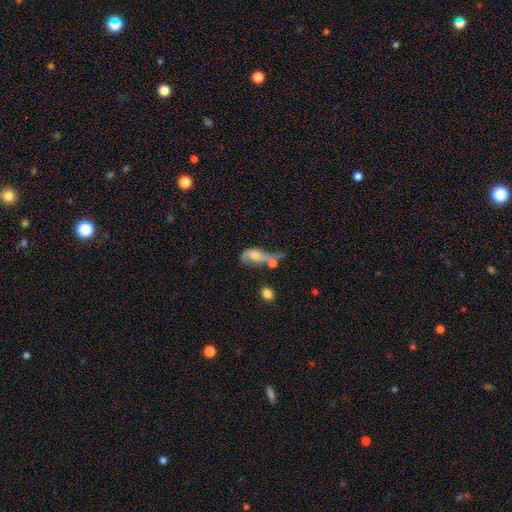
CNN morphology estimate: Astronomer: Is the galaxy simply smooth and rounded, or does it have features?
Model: smooth — 47% (runner-up: featured or disk, 43%).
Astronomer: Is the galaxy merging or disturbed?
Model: merger — 35% (runner-up: major disturbance, 28%).